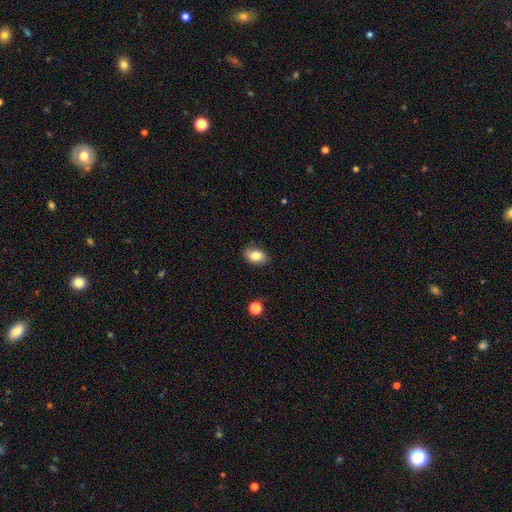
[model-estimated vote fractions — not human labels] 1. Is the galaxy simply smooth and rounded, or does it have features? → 81% smooth, 11% featured or disk, 8% star or artifact.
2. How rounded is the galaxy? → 86% in between, 13% round, 1% cigar-shaped.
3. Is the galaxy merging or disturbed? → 81% none, 15% minor disturbance, 3% major disturbance, 1% merger.